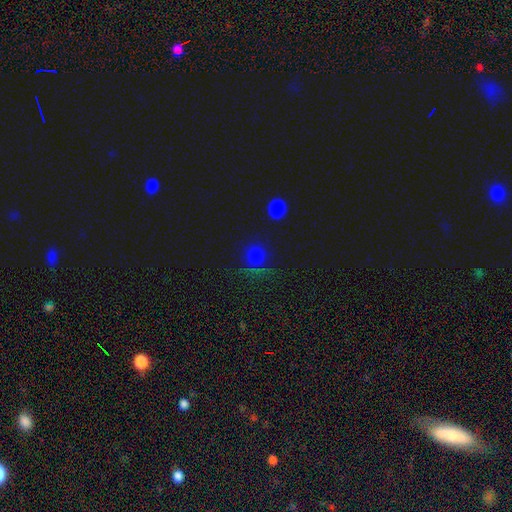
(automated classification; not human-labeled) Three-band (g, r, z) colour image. It shows a smooth galaxy with no disk features (62%) that is round (91%). Merging: none (81%).